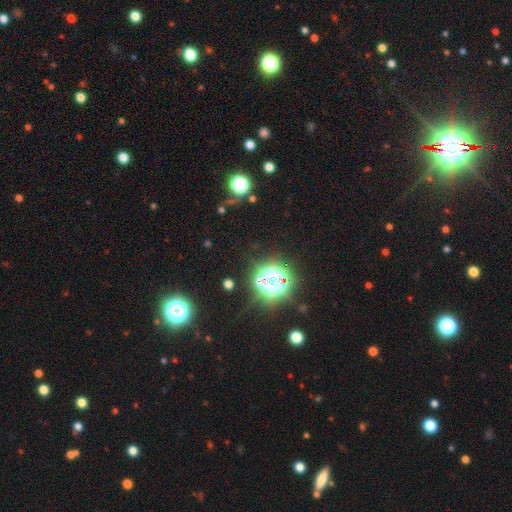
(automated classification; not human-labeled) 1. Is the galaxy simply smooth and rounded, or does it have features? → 83% star or artifact, 10% smooth, 6% featured or disk.